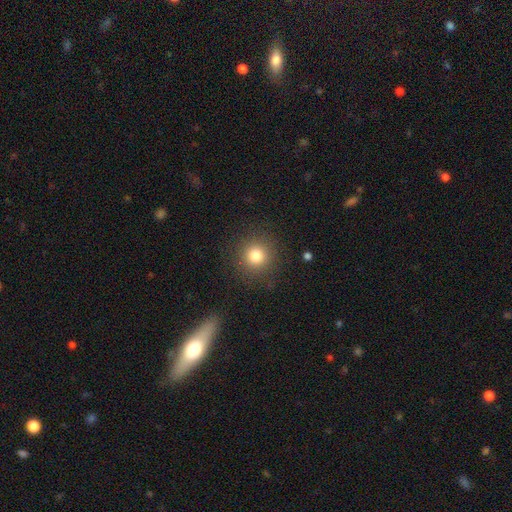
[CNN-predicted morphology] This appears to be a smooth galaxy with no disk features (81%) that is round (93%). Merging: none (89%).